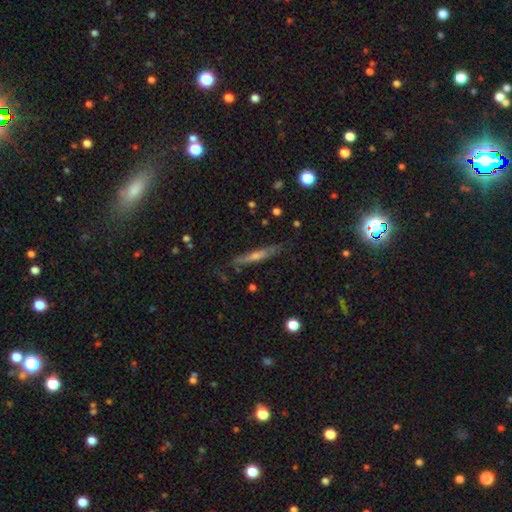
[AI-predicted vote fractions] A featured or disk galaxy (64%) viewed edge-on (94%) with a rounded central bulge (73%). Merging: none (81%).